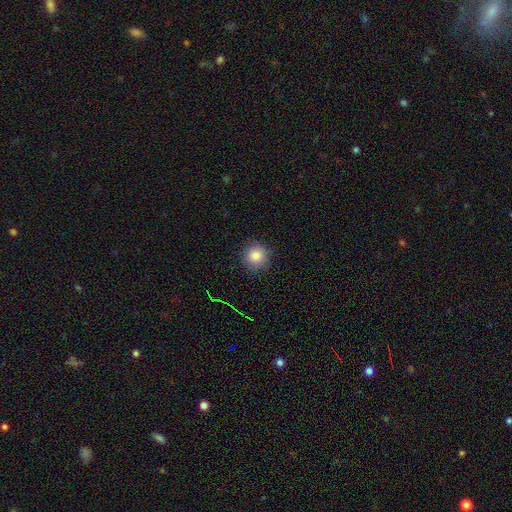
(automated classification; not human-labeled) smooth_or_featured: smooth (p=0.84) [alt: star or artifact p=0.11]
how_rounded: round (p=0.93) [alt: in between p=0.06]
merging: none (p=0.90) [alt: minor disturbance p=0.07]